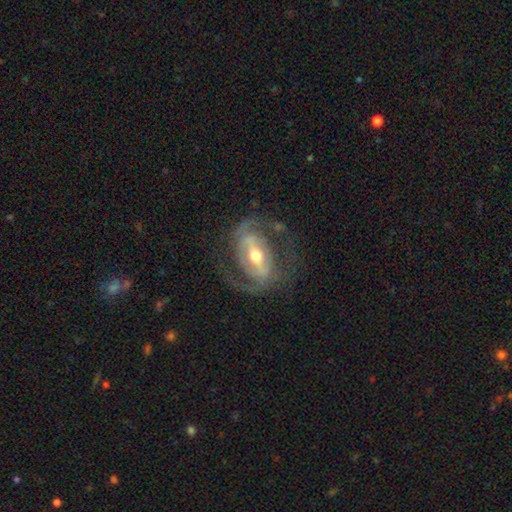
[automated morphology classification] Smooth or featured?
  - featured or disk: 87% *
  - smooth: 8%
  - star or artifact: 5%
Edge-on disk?
  - no: 95% *
  - yes: 5%
Bar?
  - strong: 52% *
  - weak: 31%
  - no: 17%
Spiral arms?
  - yes: 91% *
  - no: 9%
Spiral winding?
  - medium: 52% *
  - tight: 26%
  - loose: 22%
Spiral arm count?
  - 2: 87% *
  - can't tell: 5%
  - 1: 3%
  - 3: 3%
  - 4: 1%
  - more than 4: 1%
Bulge size?
  - moderate: 68% *
  - small: 24%
  - large: 6%
  - dominant: 1%
  - none: 1%
Merging?
  - none: 69% *
  - minor disturbance: 15%
  - major disturbance: 15%
  - merger: 2%